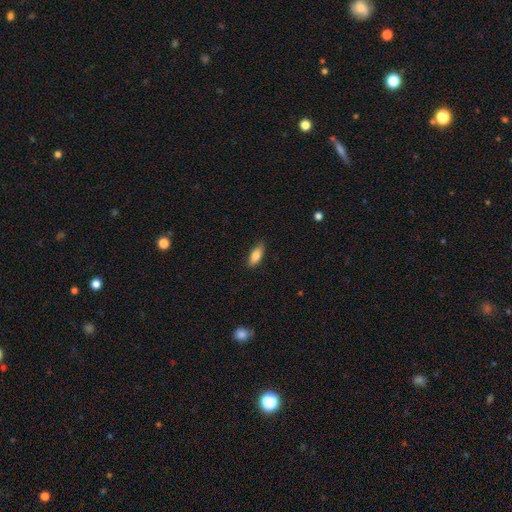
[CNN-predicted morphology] smooth_or_featured: smooth (p=0.83) [alt: featured or disk p=0.10]
how_rounded: in between (p=0.75) [alt: cigar-shaped p=0.22]
merging: none (p=0.82) [alt: minor disturbance p=0.14]